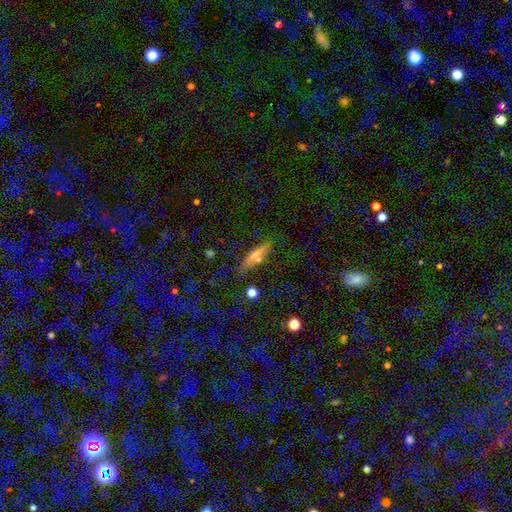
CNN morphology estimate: This appears to be a smooth galaxy with no disk features (52%) that is cigar-shaped (62%). Merging: none (71%).